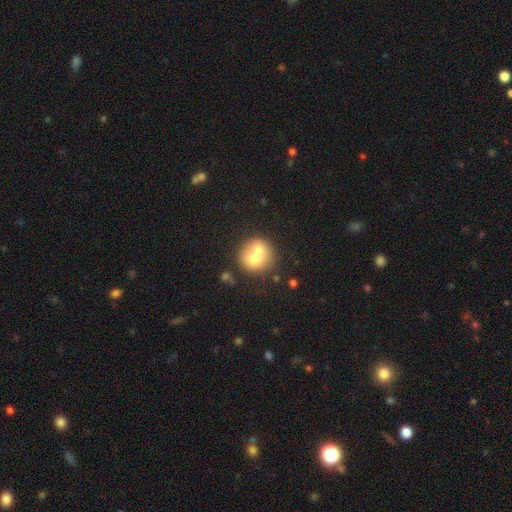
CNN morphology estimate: Smooth or featured? smooth (65%)
How rounded? round (87%)
Merging? merger (56%)